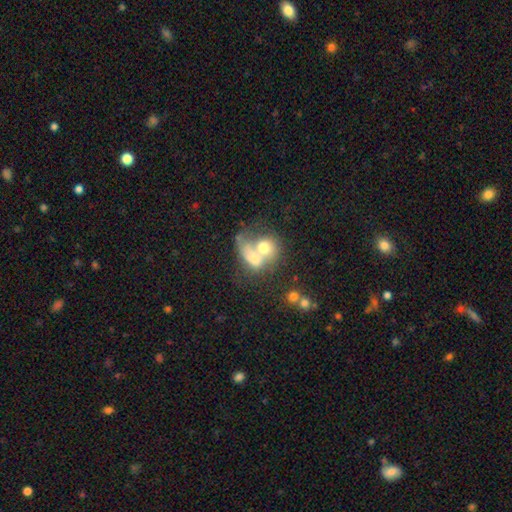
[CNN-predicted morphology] Smooth or featured: smooth — 54% (featured or disk — 37%)
How rounded: in between — 50% (round — 47%)
Merging: merger — 77% (none — 9%)